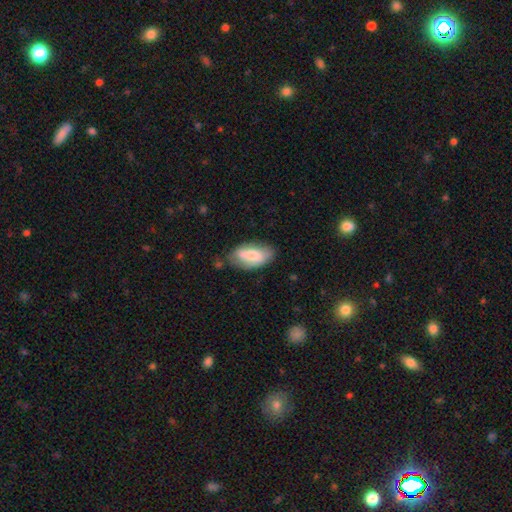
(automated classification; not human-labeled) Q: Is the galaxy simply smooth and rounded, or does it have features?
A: smooth — 61%.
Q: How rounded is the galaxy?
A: in between — 92%.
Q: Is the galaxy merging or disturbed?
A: none — 67%.